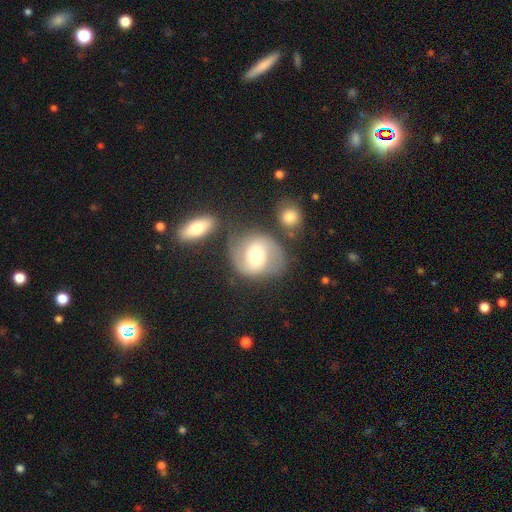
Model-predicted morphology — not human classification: smooth_or_featured: featured or disk (p=0.67) [alt: smooth p=0.26]
disk_edge_on: no (p=0.97) [alt: yes p=0.03]
bar: no (p=0.45) [alt: weak p=0.39]
has_spiral_arms: yes (p=0.88) [alt: no p=0.12]
spiral_winding: medium (p=0.52) [alt: tight p=0.24]
spiral_arm_count: 2 (p=0.90) [alt: can't tell p=0.05]
bulge_size: moderate (p=0.67) [alt: small p=0.18]
merging: none (p=0.66) [alt: minor disturbance p=0.16]